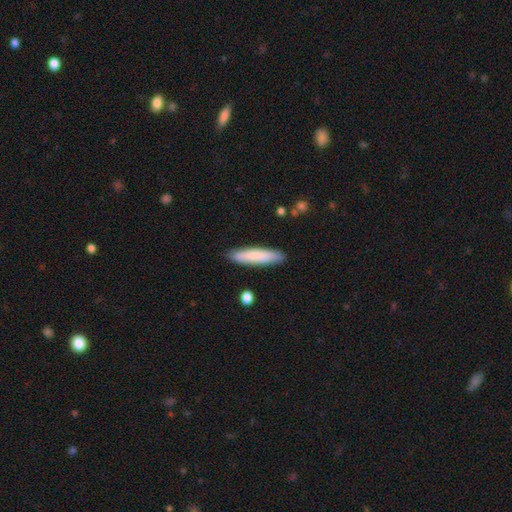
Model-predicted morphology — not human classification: This is clearly a smooth galaxy (80%). How rounded: clearly cigar-shaped (83%). Merging: clearly none (87%).